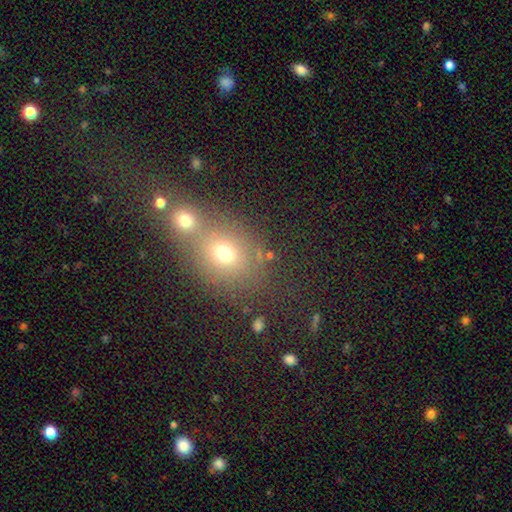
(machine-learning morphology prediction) Smooth or featured? Predicted: smooth (p=0.56). How rounded? Predicted: round (p=0.65). Merging? Predicted: none (p=0.46).